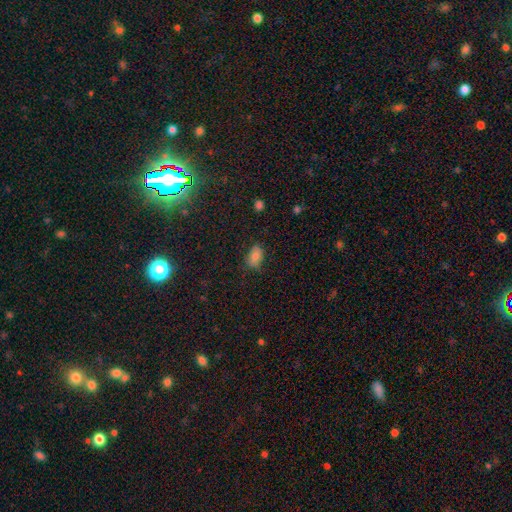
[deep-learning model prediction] smooth-or-featured: smooth: 78% | featured or disk: 11% | star or artifact: 10%
  how-rounded: in between: 87% | round: 11% | cigar-shaped: 2%
  merging: none: 76% | minor disturbance: 19% | major disturbance: 4% | merger: 1%